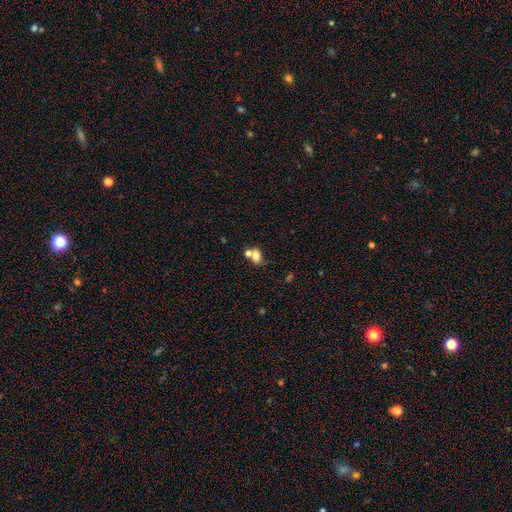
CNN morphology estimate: Smooth or featured? smooth (73%)
How rounded? in between (71%)
Merging? merger (45%)